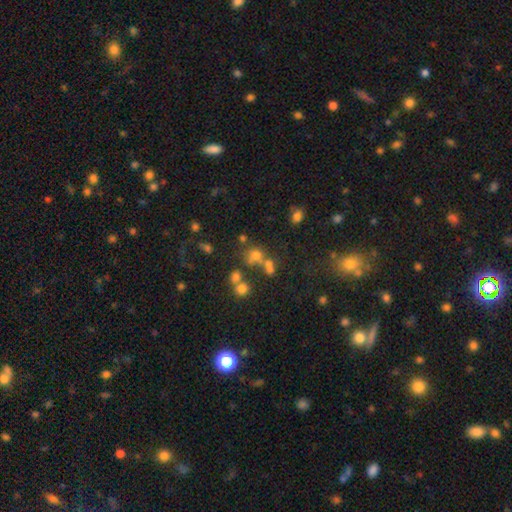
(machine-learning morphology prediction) Q: Smooth or featured?
A: smooth (59%); runner-up: star or artifact (26%)
Q: How rounded?
A: round (80%); runner-up: in between (19%)
Q: Merging?
A: none (49%); runner-up: merger (34%)